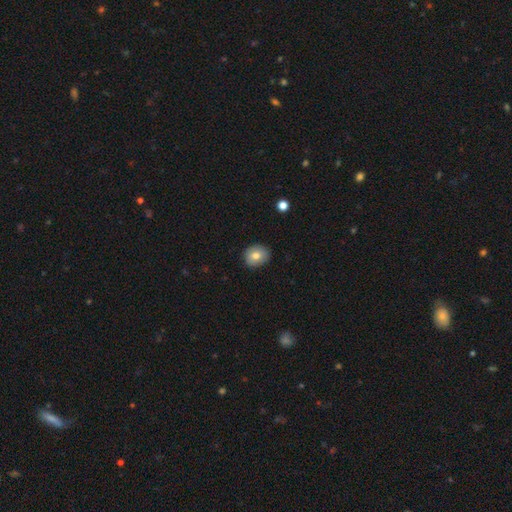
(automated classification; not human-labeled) Smooth or featured? Predicted: smooth (p=0.77). How rounded? Predicted: round (p=0.66). Merging? Predicted: none (p=0.88).